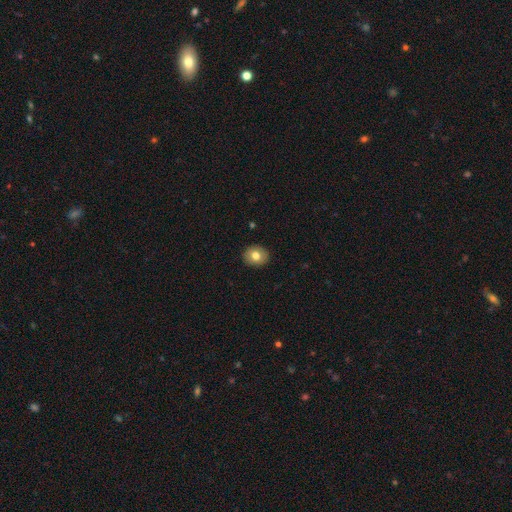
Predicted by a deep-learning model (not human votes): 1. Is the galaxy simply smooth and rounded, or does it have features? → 78% smooth, 13% featured or disk, 9% star or artifact.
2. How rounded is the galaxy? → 64% round, 35% in between, 1% cigar-shaped.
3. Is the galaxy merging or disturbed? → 91% none, 6% minor disturbance, 2% major disturbance, 1% merger.